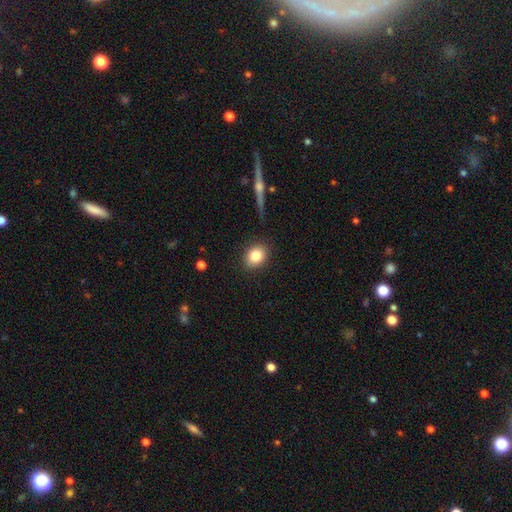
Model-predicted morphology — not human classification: Q: Smooth or featured?
A: smooth (84%); runner-up: star or artifact (9%)
Q: How rounded?
A: round (51%); runner-up: in between (48%)
Q: Merging?
A: none (87%); runner-up: minor disturbance (9%)